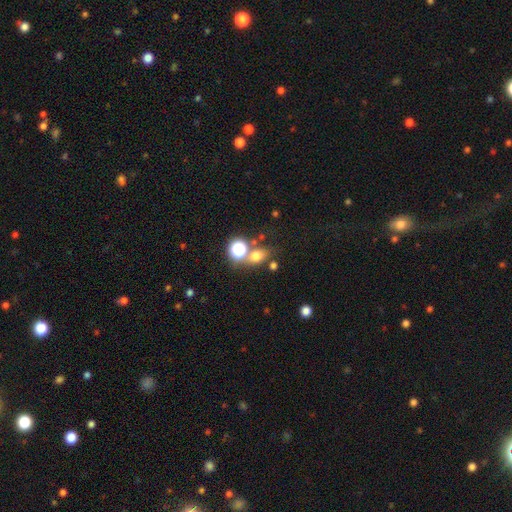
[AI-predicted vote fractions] This appears to be a smooth galaxy with no disk features (67%) that is in between round and cigar-shaped (53%). Merging: none (60%).